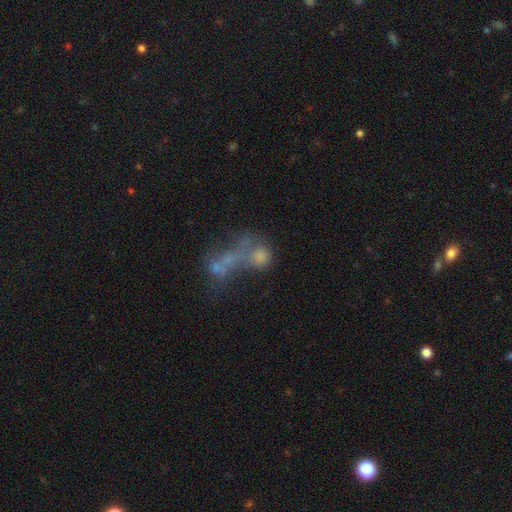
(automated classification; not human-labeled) Morphology: type=smooth (45%); merging=merger (49%).